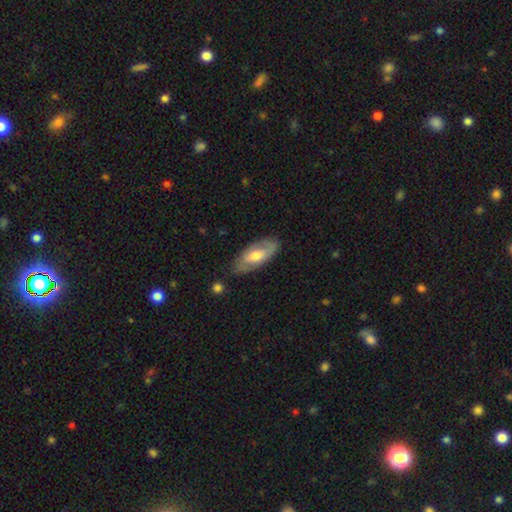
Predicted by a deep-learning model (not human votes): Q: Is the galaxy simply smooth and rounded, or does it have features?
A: smooth — 53%.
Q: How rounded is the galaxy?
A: in between — 84%.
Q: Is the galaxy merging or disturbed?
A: none — 79%.